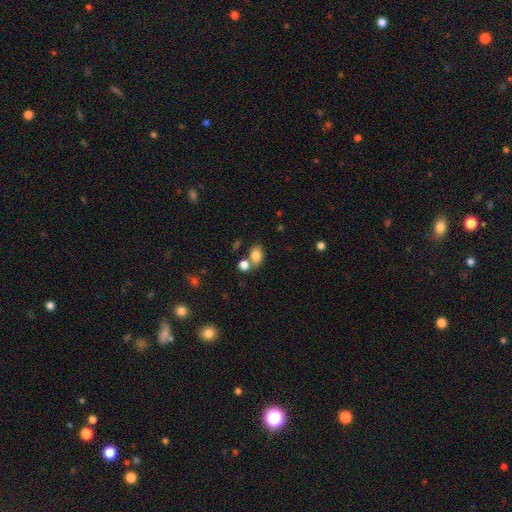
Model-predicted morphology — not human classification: Smooth or featured: smooth — 82% (star or artifact — 10%)
How rounded: in between — 71% (round — 28%)
Merging: none — 58% (merger — 26%)